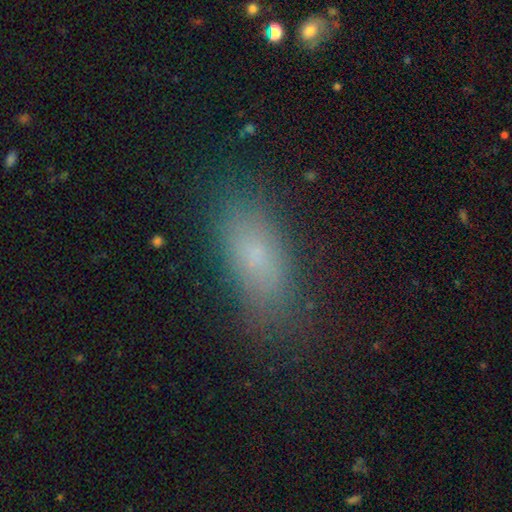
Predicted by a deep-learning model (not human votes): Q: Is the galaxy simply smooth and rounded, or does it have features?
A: smooth — 75%.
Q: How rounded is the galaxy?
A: in between — 76%.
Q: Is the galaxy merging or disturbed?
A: none — 79%.